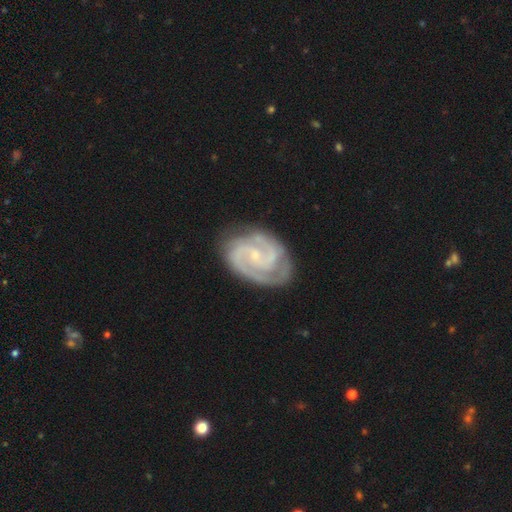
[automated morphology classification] Smooth or featured: featured or disk — 91% (star or artifact — 4%)
Edge-on disk: no — 98% (yes — 2%)
Bar: no — 51% (weak — 37%)
Spiral arms: yes — 98% (no — 2%)
Spiral winding: tight — 56% (medium — 38%)
Spiral arm count: 2 — 79% (3 — 11%)
Bulge size: small — 78% (moderate — 15%)
Merging: none — 78% (minor disturbance — 16%)